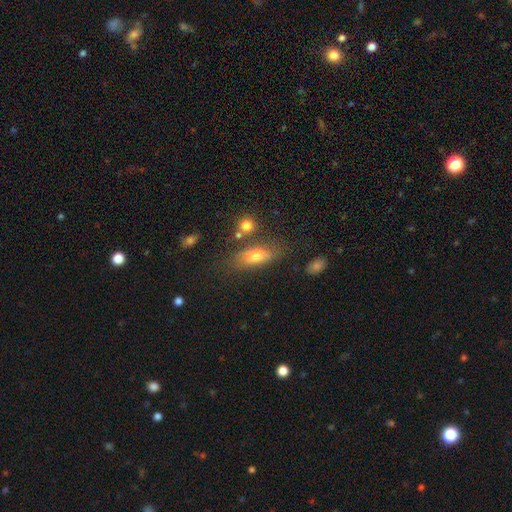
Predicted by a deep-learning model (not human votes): This appears to be a smooth galaxy with no disk features (65%) that is in between round and cigar-shaped (72%). Merging: none (66%).